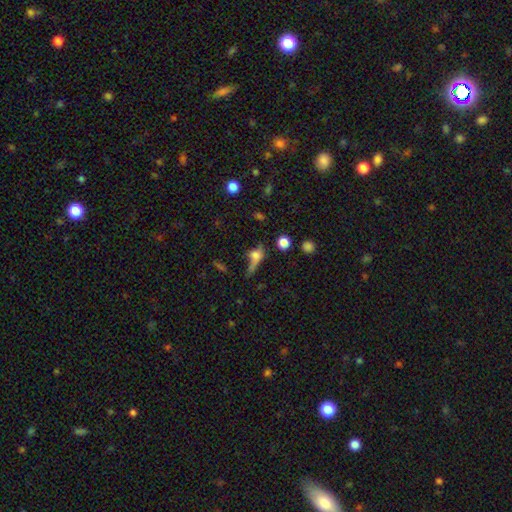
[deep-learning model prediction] smooth-or-featured: smooth: 53% | featured or disk: 28% | star or artifact: 19%
  how-rounded: in between: 35% | cigar-shaped: 33% | round: 32%
  merging: none: 42% | major disturbance: 22% | minor disturbance: 20% | merger: 15%